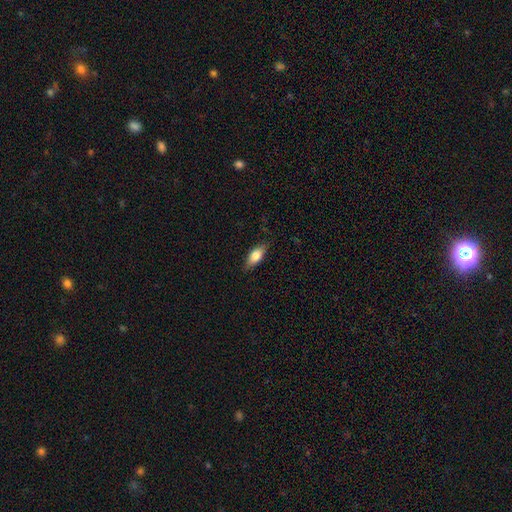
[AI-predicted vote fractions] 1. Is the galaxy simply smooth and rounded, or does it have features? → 75% smooth, 19% featured or disk, 7% star or artifact.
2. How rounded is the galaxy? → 81% in between, 15% cigar-shaped, 4% round.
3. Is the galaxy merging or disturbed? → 82% none, 14% minor disturbance, 3% major disturbance, 1% merger.